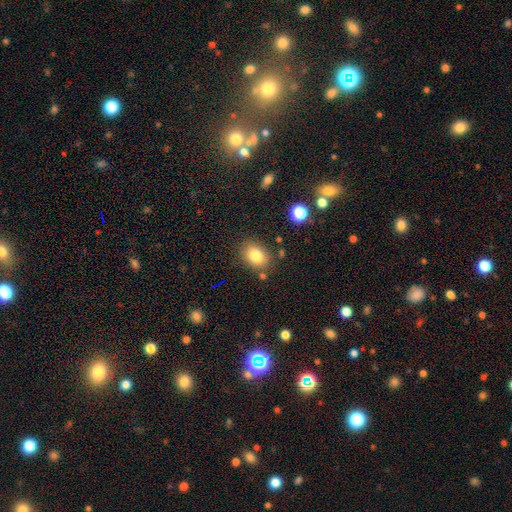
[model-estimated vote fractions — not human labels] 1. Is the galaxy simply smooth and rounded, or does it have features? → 81% smooth, 10% star or artifact, 9% featured or disk.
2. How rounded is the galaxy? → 65% in between, 34% round, 1% cigar-shaped.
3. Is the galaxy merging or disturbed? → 81% none, 12% minor disturbance, 4% merger, 3% major disturbance.